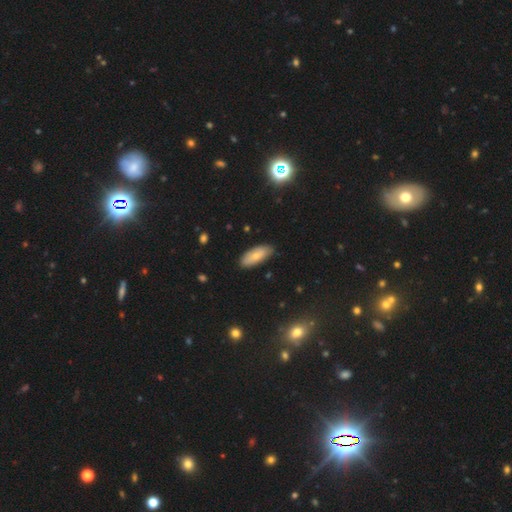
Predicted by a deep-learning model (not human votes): The model was most divided on "smooth or featured": smooth: 70%, featured or disk: 23%, star or artifact: 7%. More confident: merging — none (83%); how rounded — in between (82%).